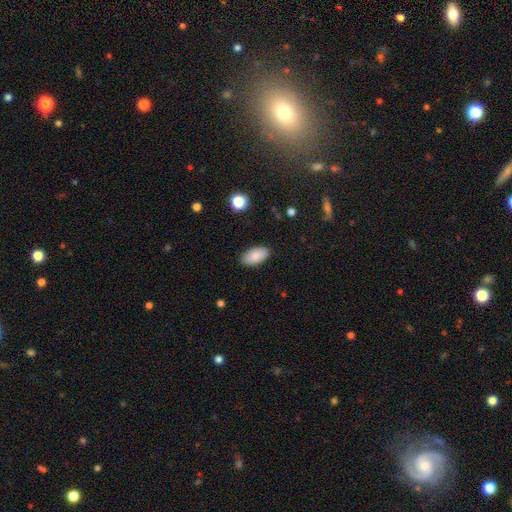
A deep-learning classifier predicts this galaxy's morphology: smooth-or-featured: smooth: 86% | star or artifact: 7% | featured or disk: 7%
  how-rounded: in between: 95% | round: 3% | cigar-shaped: 3%
  merging: none: 87% | minor disturbance: 9% | major disturbance: 2% | merger: 1%